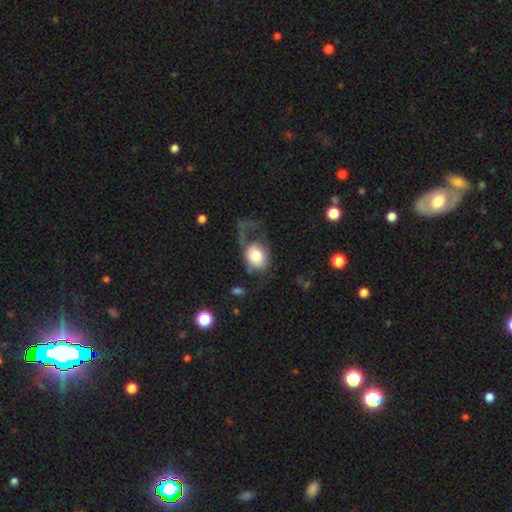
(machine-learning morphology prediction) type=smooth (65%); roundness=in between (50%); merging=major disturbance (57%).